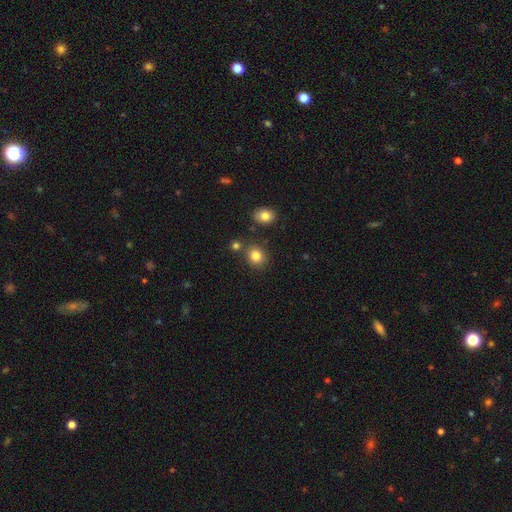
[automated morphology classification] Smooth or featured? Predicted: smooth (p=0.83). How rounded? Predicted: round (p=0.72). Merging? Predicted: none (p=0.80).